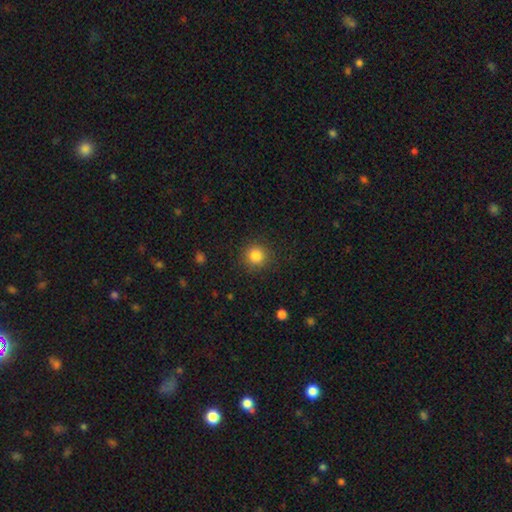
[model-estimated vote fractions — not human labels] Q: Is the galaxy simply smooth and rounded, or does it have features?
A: smooth — 84%.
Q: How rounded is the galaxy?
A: round — 93%.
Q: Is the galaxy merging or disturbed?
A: none — 88%.